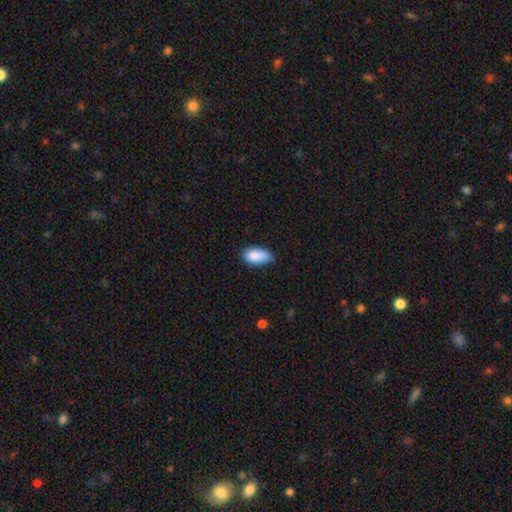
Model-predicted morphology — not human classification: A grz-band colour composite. It shows a smooth galaxy with no disk features (87%) that is in between round and cigar-shaped (92%). Merging: none (62%).